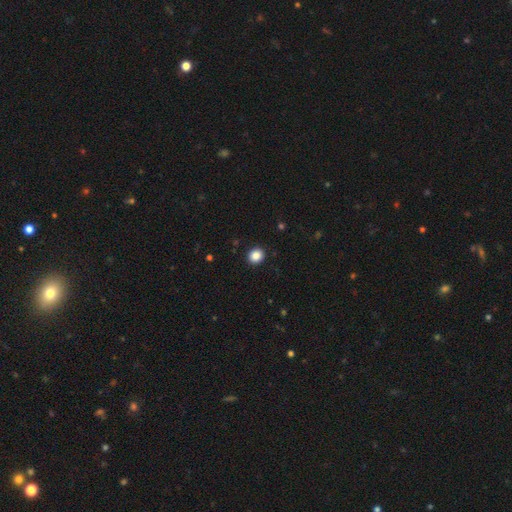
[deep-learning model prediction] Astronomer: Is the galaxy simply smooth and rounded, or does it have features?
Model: smooth — 87%.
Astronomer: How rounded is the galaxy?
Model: round — 81%.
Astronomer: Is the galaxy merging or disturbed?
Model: none — 92%.